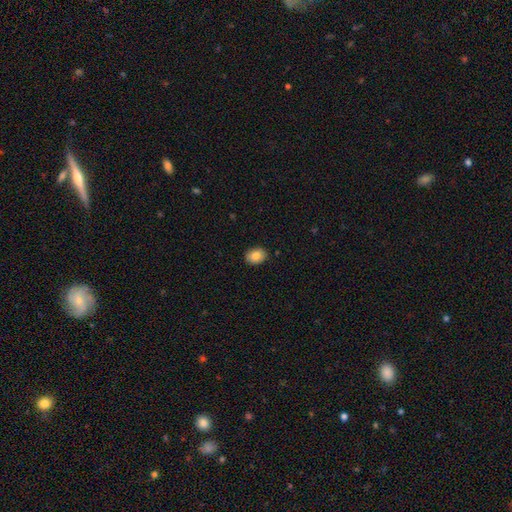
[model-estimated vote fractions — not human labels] Overall: smooth (85%). How rounded: in between (69%; round 30%). Merging: none (89%).